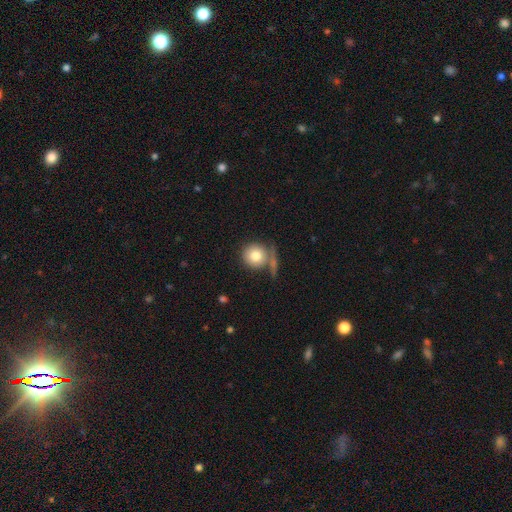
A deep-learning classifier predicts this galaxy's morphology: Smooth or featured?
  - smooth: 77% *
  - featured or disk: 14%
  - star or artifact: 8%
How rounded?
  - round: 91% *
  - in between: 8%
  - cigar-shaped: 1%
Merging?
  - none: 58% *
  - merger: 18%
  - minor disturbance: 15%
  - major disturbance: 9%